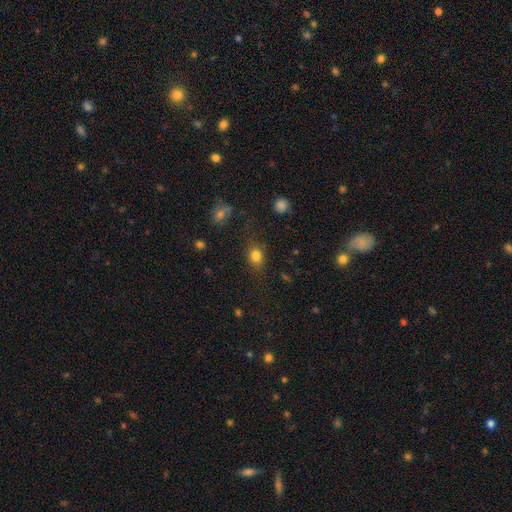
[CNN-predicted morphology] This is clearly a smooth galaxy (81%). How rounded: possibly in between (55%). Merging: likely none (75%).